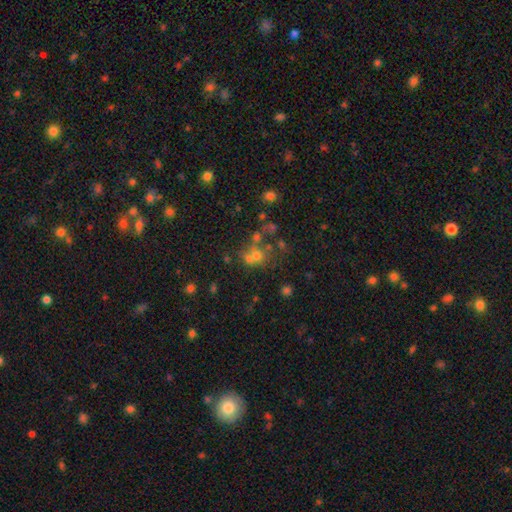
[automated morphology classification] smooth 53%, star or artifact 25%, featured or disk 22%. Down the decision tree: how rounded — round (77%); merging — none (44%).